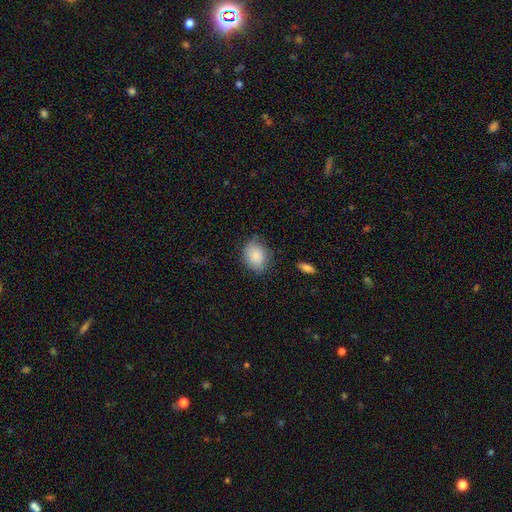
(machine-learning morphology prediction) Q: Smooth or featured?
A: smooth (85%); runner-up: star or artifact (7%)
Q: How rounded?
A: in between (60%); runner-up: round (39%)
Q: Merging?
A: none (74%); runner-up: minor disturbance (20%)